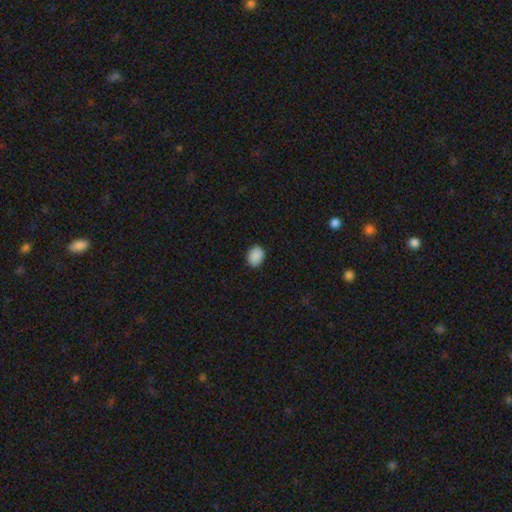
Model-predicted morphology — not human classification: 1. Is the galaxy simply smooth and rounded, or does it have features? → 90% smooth, 8% star or artifact, 3% featured or disk.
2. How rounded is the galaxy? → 55% in between, 44% round, 1% cigar-shaped.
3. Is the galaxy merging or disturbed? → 89% none, 8% minor disturbance, 2% major disturbance, 1% merger.